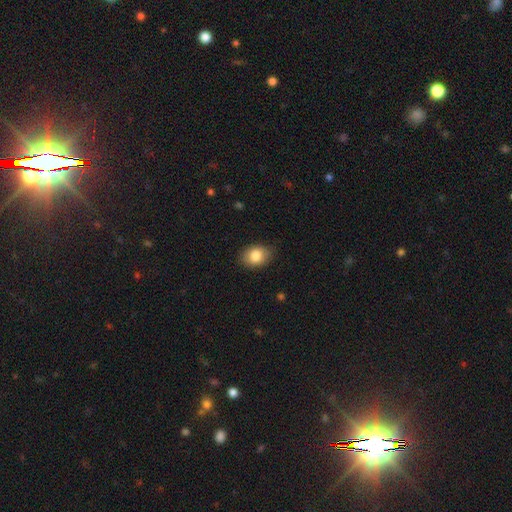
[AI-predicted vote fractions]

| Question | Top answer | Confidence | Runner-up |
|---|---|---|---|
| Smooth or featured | smooth | 84% | star or artifact (8%) |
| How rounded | in between | 70% | round (29%) |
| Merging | none | 84% | minor disturbance (13%) |